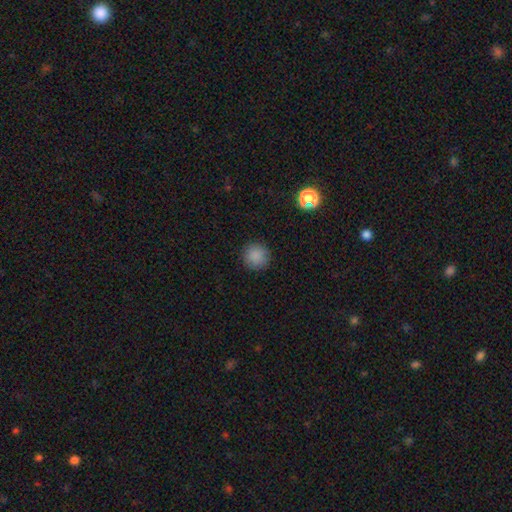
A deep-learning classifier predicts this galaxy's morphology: The model was most divided on "smooth or featured": smooth: 86%, star or artifact: 10%, featured or disk: 3%. More confident: how rounded — round (95%); merging — none (90%).